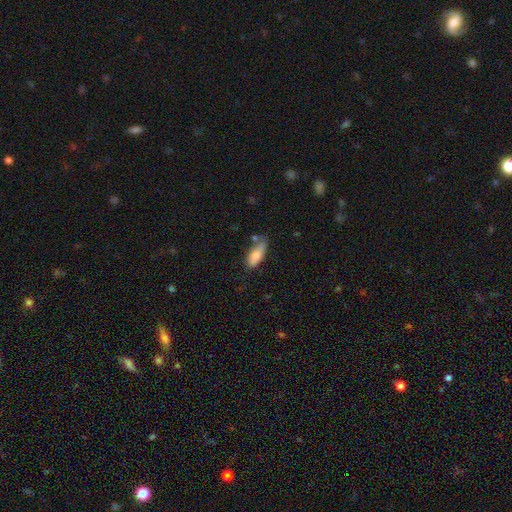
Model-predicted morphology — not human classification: The model was most divided on "merging": none: 56%, minor disturbance: 29%, merger: 9%, major disturbance: 7%. More confident: smooth or featured — smooth (81%); how rounded — in between (75%).